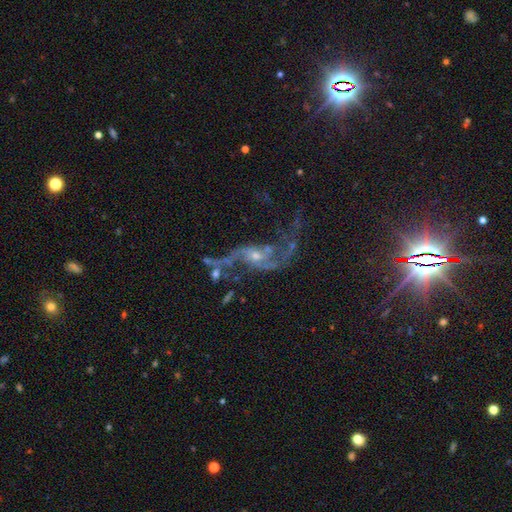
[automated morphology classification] featured or disk 80%, star or artifact 15%, smooth 5%. Down the decision tree: edge-on disk — no (94%); bar — no (57%); spiral arms — yes (92%); spiral arm count — 2 (86%); spiral winding — loose (84%); bulge size — small (55%); merging — none (47%).